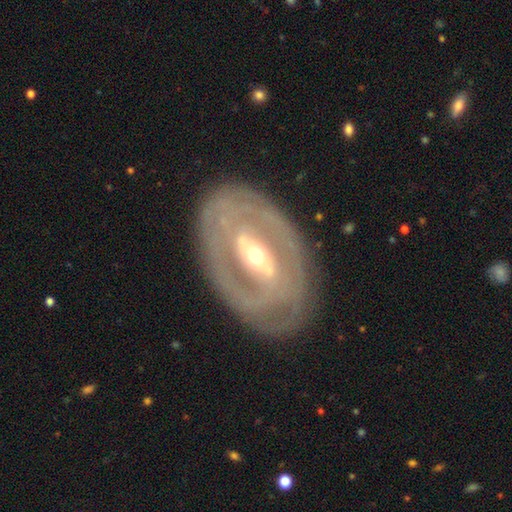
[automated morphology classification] smooth_or_featured: featured or disk (p=0.83) [alt: smooth p=0.12]
disk_edge_on: no (p=0.92) [alt: yes p=0.08]
bar: strong (p=0.49) [alt: weak p=0.34]
has_spiral_arms: yes (p=0.72) [alt: no p=0.28]
spiral_winding: tight (p=0.69) [alt: medium p=0.22]
spiral_arm_count: 2 (p=0.43) [alt: can't tell p=0.37]
bulge_size: moderate (p=0.57) [alt: small p=0.37]
merging: none (p=0.80) [alt: minor disturbance p=0.14]